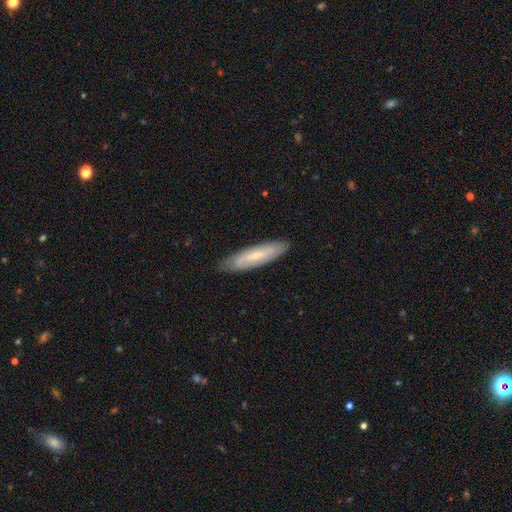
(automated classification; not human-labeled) Smooth or featured?
  - smooth: 47% *
  - featured or disk: 46%
  - star or artifact: 6%
Merging?
  - none: 83% *
  - minor disturbance: 13%
  - major disturbance: 2%
  - merger: 1%